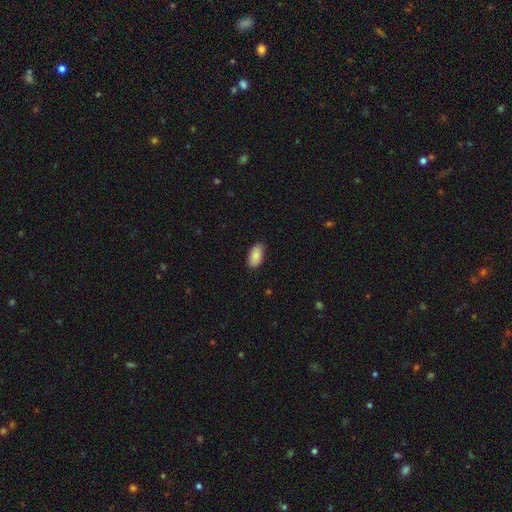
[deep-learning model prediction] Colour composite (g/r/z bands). It shows a smooth galaxy with no disk features (88%) that is in between round and cigar-shaped (94%). Merging: none (81%).